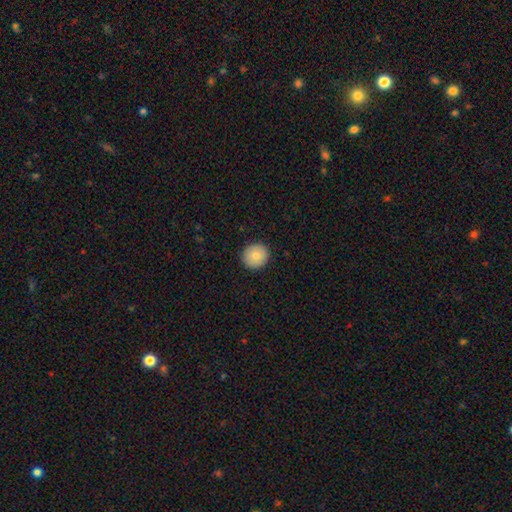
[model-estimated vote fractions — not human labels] smooth 84%, featured or disk 8%, star or artifact 8%. Down the decision tree: how rounded — round (91%); merging — none (92%).